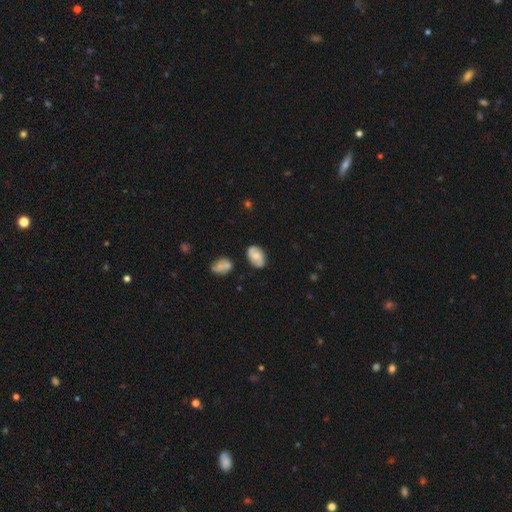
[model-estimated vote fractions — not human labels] Morphology: type=smooth (46%, tied with featured or disk); merging=none (76%).